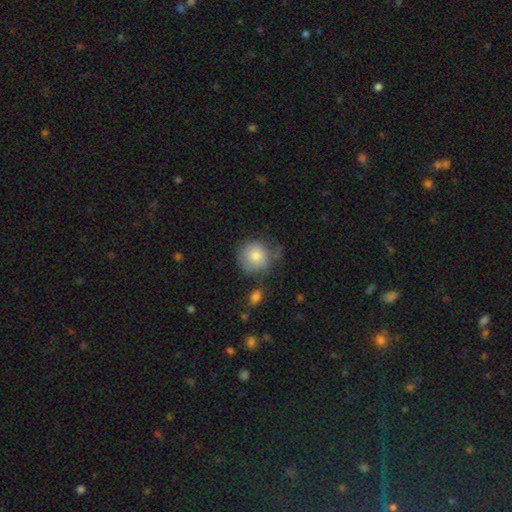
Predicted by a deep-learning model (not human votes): This is clearly a smooth galaxy (80%). How rounded: clearly round (90%). Merging: likely none (65%).